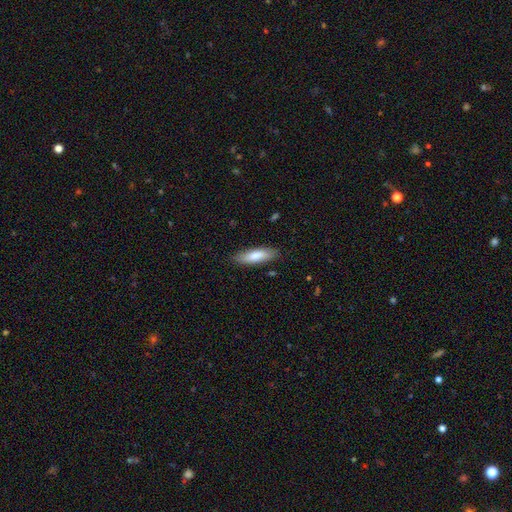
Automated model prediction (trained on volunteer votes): smooth_or_featured: smooth (p=0.78) [alt: featured or disk p=0.16]
how_rounded: cigar-shaped (p=0.53) [alt: in between p=0.46]
merging: none (p=0.86) [alt: minor disturbance p=0.10]